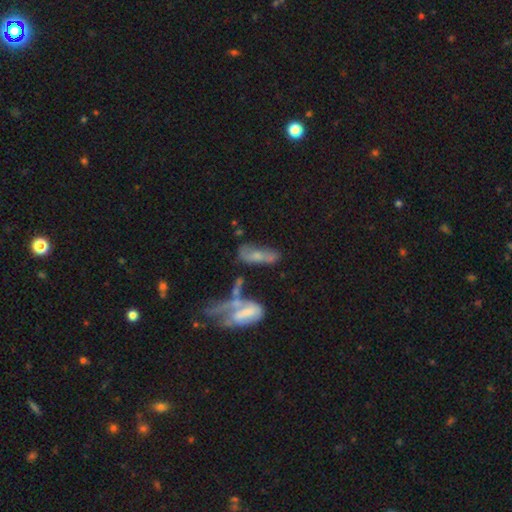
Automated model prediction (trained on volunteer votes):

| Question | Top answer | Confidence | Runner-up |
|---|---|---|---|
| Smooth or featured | featured or disk | 48% | smooth (38%) |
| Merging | merger | 30% | none (29%) |